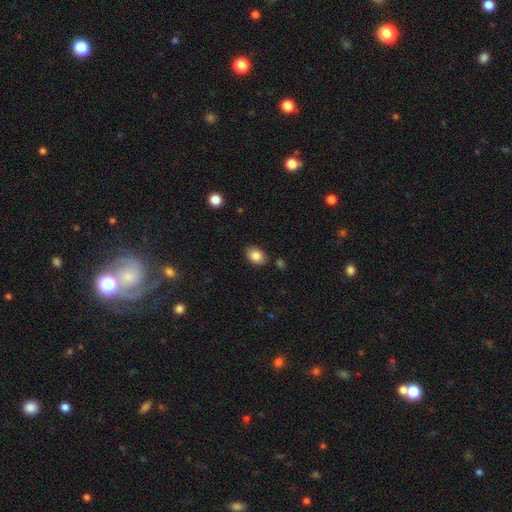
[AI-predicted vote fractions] Smooth or featured? smooth (87%)
How rounded? in between (78%)
Merging? none (84%)